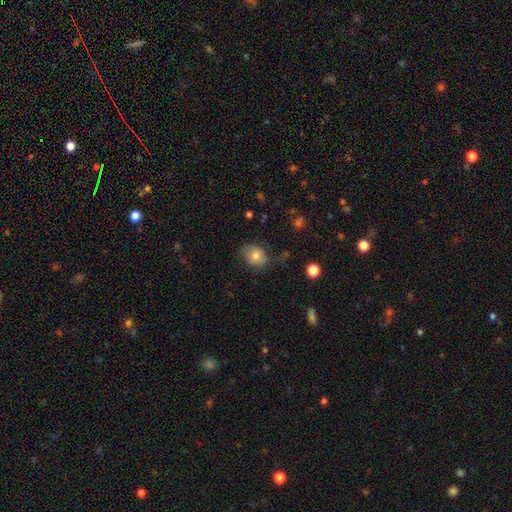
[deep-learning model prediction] Smooth or featured: smooth — 75% (featured or disk — 17%)
How rounded: in between — 60% (round — 39%)
Merging: none — 65% (minor disturbance — 26%)